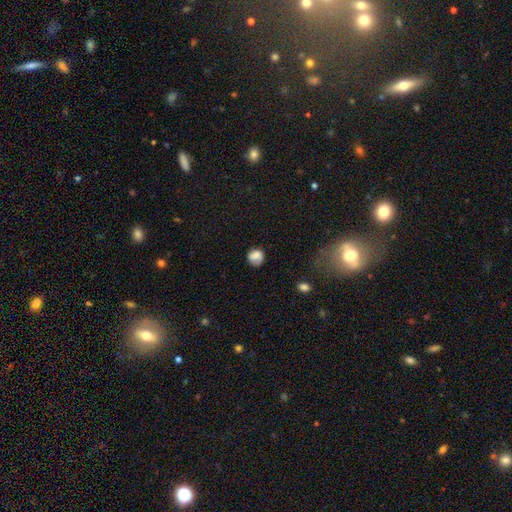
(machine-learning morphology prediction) Smooth or featured?
  - smooth: 78% *
  - featured or disk: 13%
  - star or artifact: 9%
How rounded?
  - round: 76% *
  - in between: 23%
  - cigar-shaped: 1%
Merging?
  - none: 63% *
  - minor disturbance: 25%
  - major disturbance: 10%
  - merger: 2%